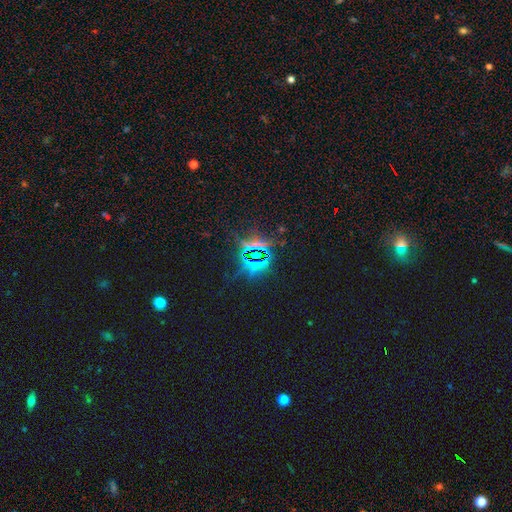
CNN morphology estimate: Smooth or featured? Predicted: star or artifact (p=0.78).